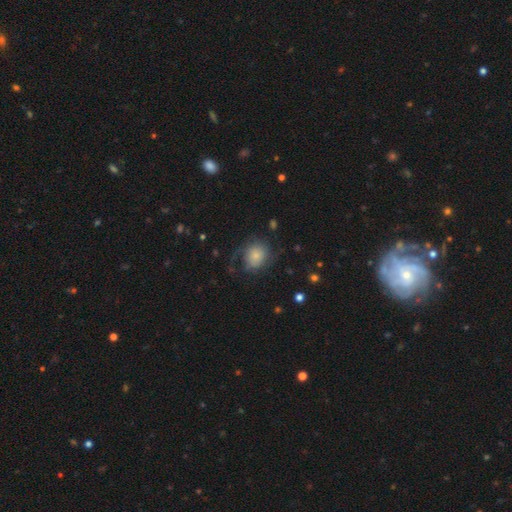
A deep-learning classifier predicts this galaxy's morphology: This is possibly a smooth galaxy (59%). How rounded: possibly round (56%). Merging: possibly none (52%).